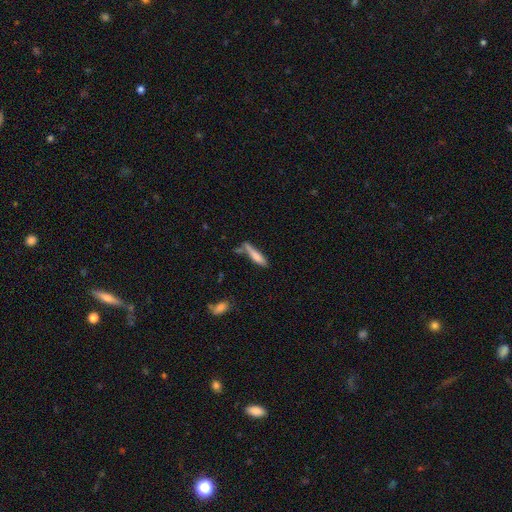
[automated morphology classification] type=smooth (75%); roundness=cigar-shaped (82%); merging=none (57%).